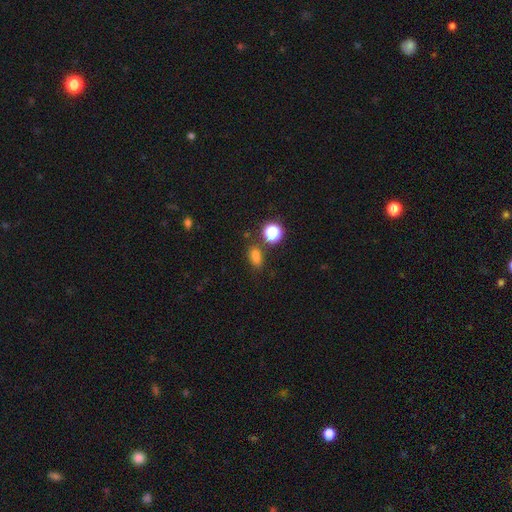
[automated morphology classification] A smooth galaxy with no disk features (75%) that is in between round and cigar-shaped (71%).

Vote fractions:
- Smooth or featured? smooth: 75% / star or artifact: 20% / featured or disk: 5%
- How rounded? in between: 71% / round: 23% / cigar-shaped: 6%
- Merging? none: 72% / minor disturbance: 14% / merger: 9% / major disturbance: 5%